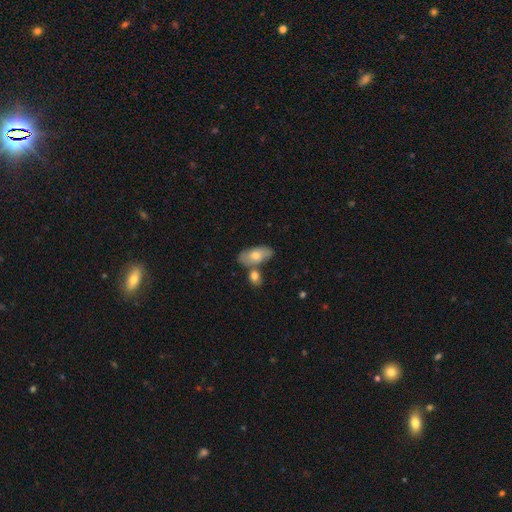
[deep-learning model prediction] Overall: smooth (67%; featured or disk 27%). How rounded: in between (89%). Merging: none (59%; merger 24%).